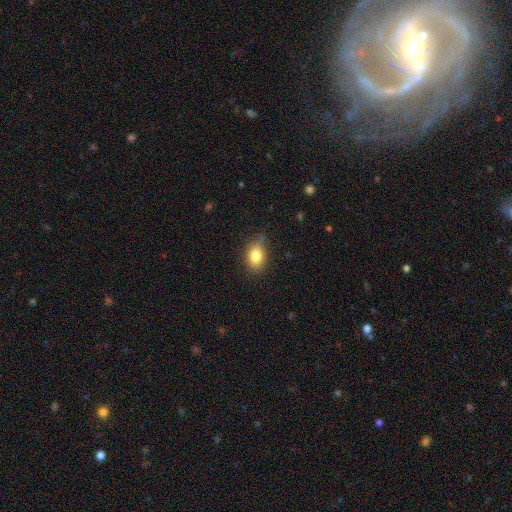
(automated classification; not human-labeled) Overall: smooth (81%). How rounded: in between (77%). Merging: none (68%).